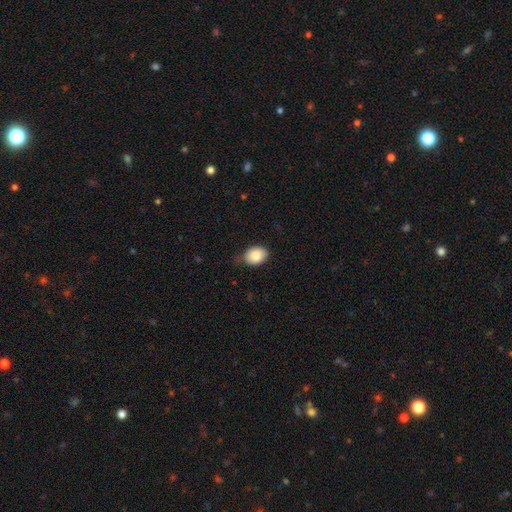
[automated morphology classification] The model was most divided on "how rounded": in between: 66%, round: 33%, cigar-shaped: 1%. More confident: smooth or featured — smooth (87%); merging — none (66%).